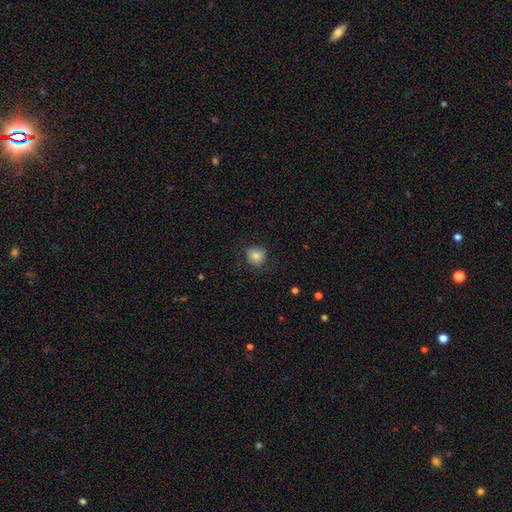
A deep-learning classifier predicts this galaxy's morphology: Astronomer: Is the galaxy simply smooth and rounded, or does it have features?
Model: smooth — 82%.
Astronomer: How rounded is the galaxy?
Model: round — 84%.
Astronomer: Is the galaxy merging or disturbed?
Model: none — 78%.